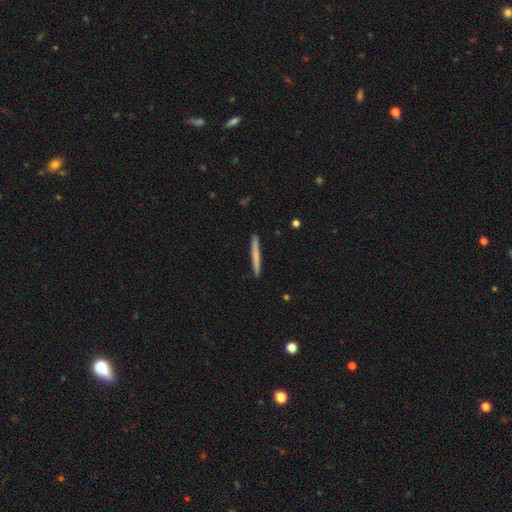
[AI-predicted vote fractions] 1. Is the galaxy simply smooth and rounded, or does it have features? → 67% smooth, 28% featured or disk, 5% star or artifact.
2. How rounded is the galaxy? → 97% cigar-shaped, 2% in between, 1% round.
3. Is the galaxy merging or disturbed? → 92% none, 6% minor disturbance, 1% major disturbance, 1% merger.